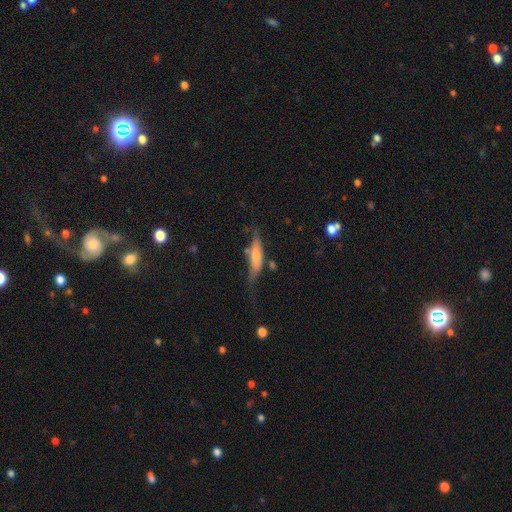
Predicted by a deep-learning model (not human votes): smooth-or-featured: smooth: 55% | featured or disk: 39% | star or artifact: 6%
  how-rounded: cigar-shaped: 64% | in between: 33% | round: 2%
  merging: none: 44% | minor disturbance: 30% | major disturbance: 16% | merger: 9%